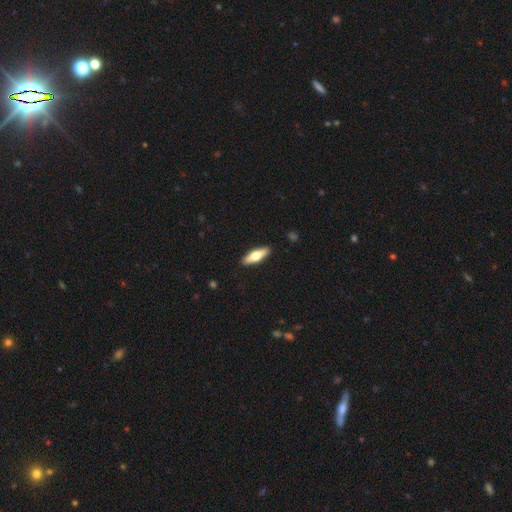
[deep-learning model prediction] Q: Smooth or featured?
A: smooth (57%); runner-up: featured or disk (38%)
Q: How rounded?
A: in between (49%); runner-up: cigar-shaped (48%)
Q: Merging?
A: none (90%); runner-up: minor disturbance (7%)